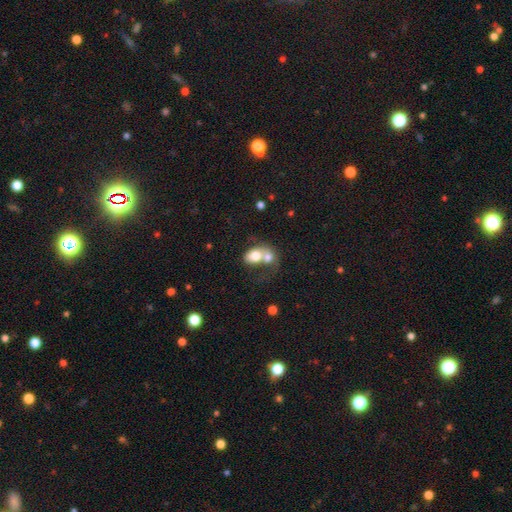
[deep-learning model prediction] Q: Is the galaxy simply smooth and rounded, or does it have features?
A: smooth — 69%.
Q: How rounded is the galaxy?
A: in between — 68%.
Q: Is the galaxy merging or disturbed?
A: merger — 72%.